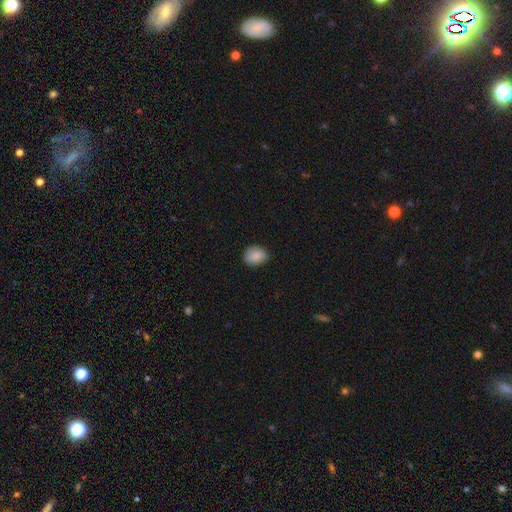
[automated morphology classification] smooth_or_featured: smooth (p=0.83) [alt: featured or disk p=0.09]
how_rounded: in between (p=0.54) [alt: round p=0.45]
merging: none (p=0.79) [alt: minor disturbance p=0.17]